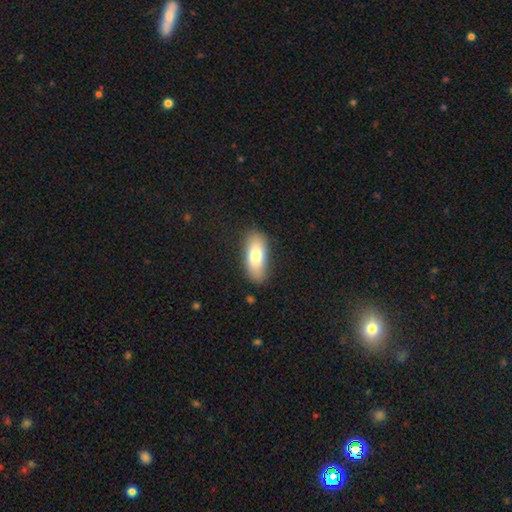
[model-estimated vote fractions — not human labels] Smooth or featured: smooth — 76% (featured or disk — 18%)
How rounded: in between — 81% (cigar-shaped — 16%)
Merging: none — 84% (minor disturbance — 11%)